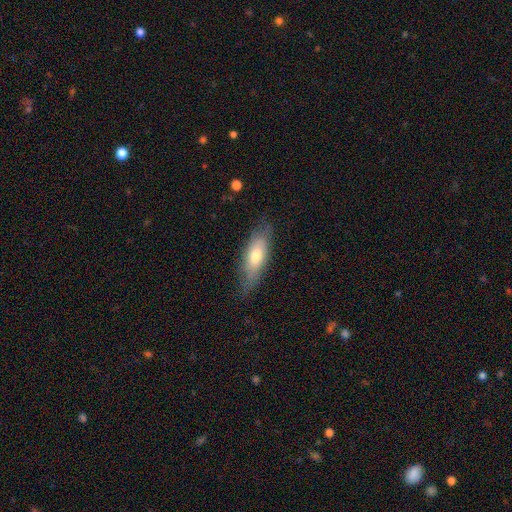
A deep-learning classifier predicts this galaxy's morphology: Smooth or featured: smooth — 64% (featured or disk — 30%)
How rounded: in between — 65% (cigar-shaped — 32%)
Merging: none — 71% (minor disturbance — 22%)